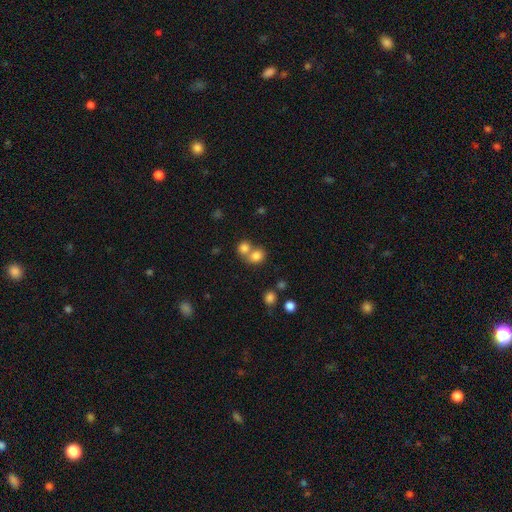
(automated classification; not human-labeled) A smooth galaxy with no disk features (79%) that is round (66%).

Vote fractions:
- Smooth or featured? smooth: 79% / star or artifact: 12% / featured or disk: 9%
- How rounded? round: 66% / in between: 33% / cigar-shaped: 1%
- Merging? merger: 52% / none: 38% / minor disturbance: 7% / major disturbance: 3%